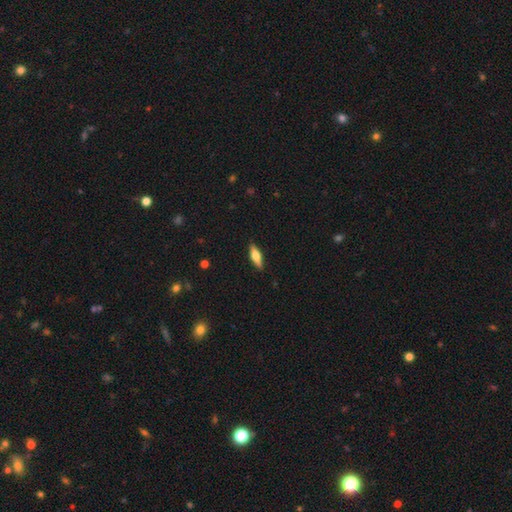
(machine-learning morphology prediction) smooth-or-featured: smooth: 53% | featured or disk: 41% | star or artifact: 6%
  how-rounded: cigar-shaped: 52% | in between: 45% | round: 3%
  merging: none: 89% | minor disturbance: 8% | major disturbance: 2% | merger: 1%